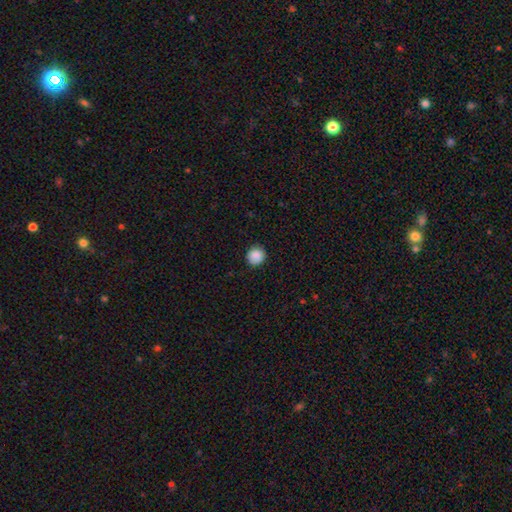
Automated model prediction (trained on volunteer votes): Q: Smooth or featured?
A: smooth (88%); runner-up: star or artifact (9%)
Q: How rounded?
A: round (90%); runner-up: in between (9%)
Q: Merging?
A: none (87%); runner-up: minor disturbance (10%)